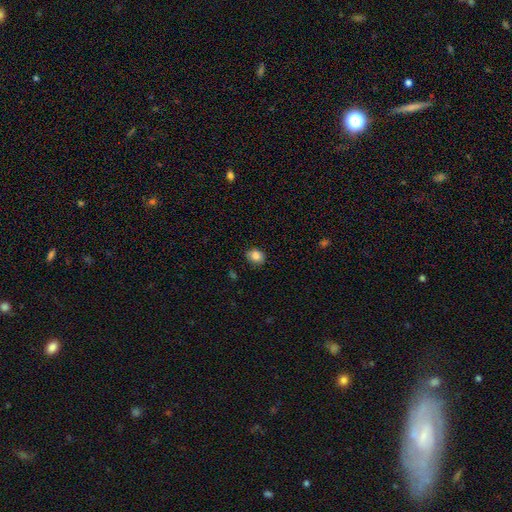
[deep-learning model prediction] Morphology: type=smooth (84%); roundness=round (52%); merging=none (82%).